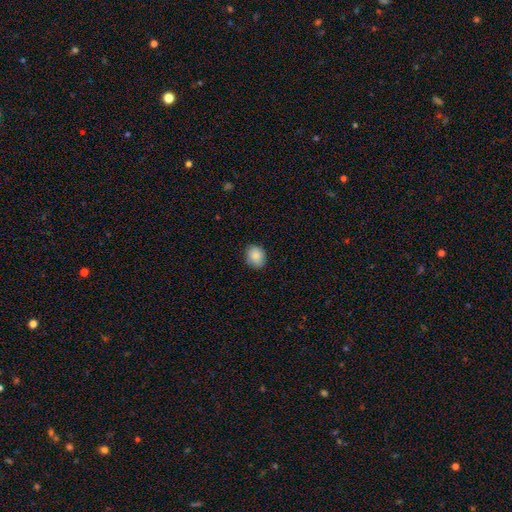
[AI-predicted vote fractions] Smooth or featured: smooth — 88% (star or artifact — 8%)
How rounded: round — 52% (in between — 47%)
Merging: none — 86% (minor disturbance — 11%)